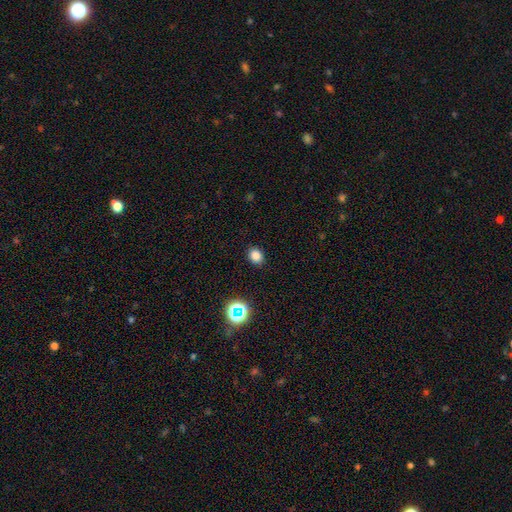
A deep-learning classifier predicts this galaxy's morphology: The model was most divided on "how rounded": round: 56%, in between: 43%, cigar-shaped: 1%. More confident: merging — none (89%); smooth or featured — smooth (81%).